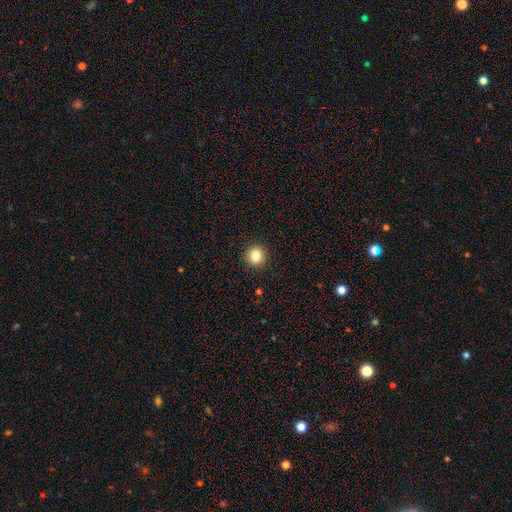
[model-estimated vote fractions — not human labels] Smooth or featured: smooth — 85% (star or artifact — 10%)
How rounded: round — 89% (in between — 10%)
Merging: none — 92% (minor disturbance — 5%)